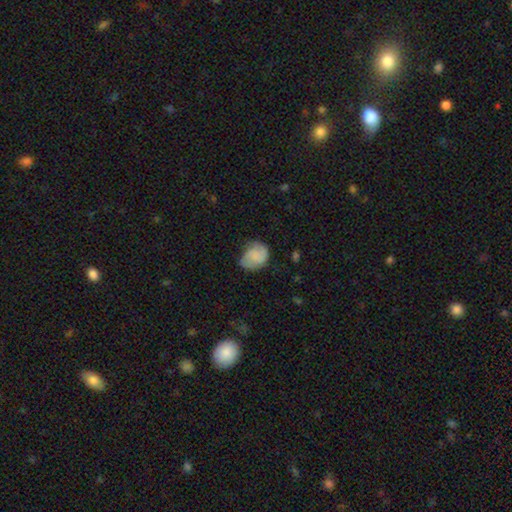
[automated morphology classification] smooth_or_featured: smooth (p=0.60) [alt: featured or disk p=0.32]
how_rounded: round (p=0.50) [alt: in between p=0.49]
merging: none (p=0.51) [alt: minor disturbance p=0.35]